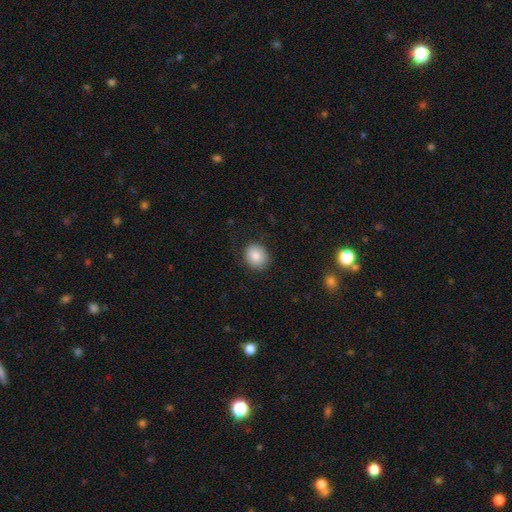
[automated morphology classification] Smooth or featured: smooth — 85% (star or artifact — 8%)
How rounded: round — 58% (in between — 41%)
Merging: none — 83% (minor disturbance — 12%)